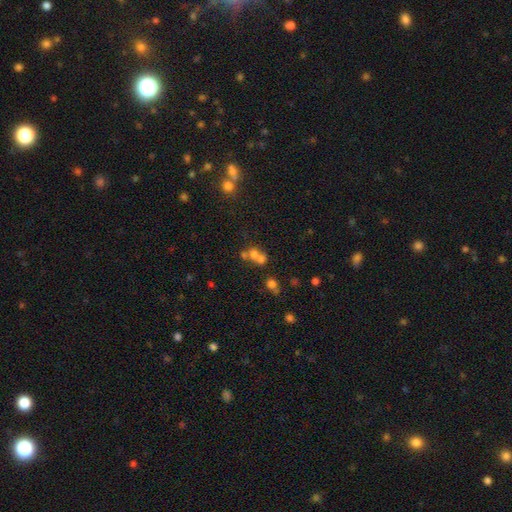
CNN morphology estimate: smooth-or-featured: smooth: 61% | featured or disk: 21% | star or artifact: 19%
  how-rounded: round: 72% | in between: 26% | cigar-shaped: 1%
  merging: merger: 58% | none: 31% | minor disturbance: 7% | major disturbance: 4%